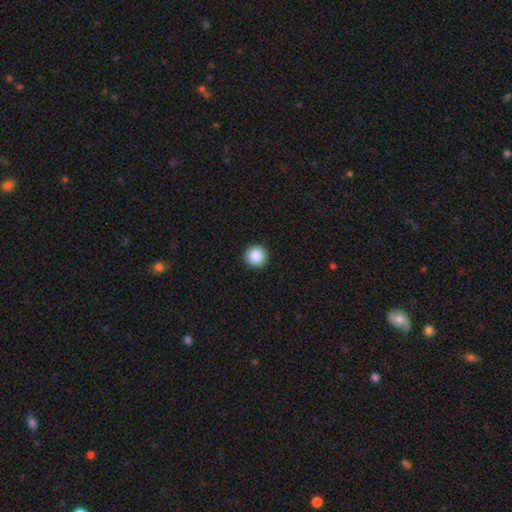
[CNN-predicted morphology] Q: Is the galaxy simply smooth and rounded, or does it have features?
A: smooth — 88%.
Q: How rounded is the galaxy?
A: round — 96%.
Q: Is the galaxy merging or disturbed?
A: none — 93%.